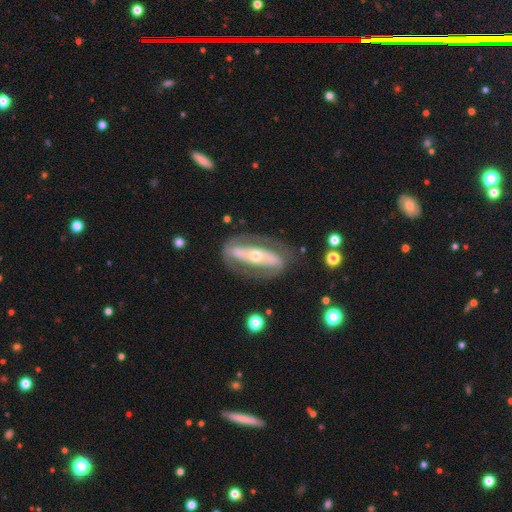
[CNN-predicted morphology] A featured or disk galaxy (79%) with a strong bar (53%), spiral arms (60%) and a small central bulge (48%).

Vote fractions:
- Smooth or featured? featured or disk: 79% / smooth: 16% / star or artifact: 5%
- Edge-on disk? no: 84% / yes: 16%
- Bar? strong: 53% / no: 32% / weak: 15%
- Spiral arms? yes: 60% / no: 40%
- Bulge size? small: 48% / moderate: 45% / large: 4% / dominant: 1% / none: 1%
- Merging? none: 73% / minor disturbance: 14% / major disturbance: 11% / merger: 2%